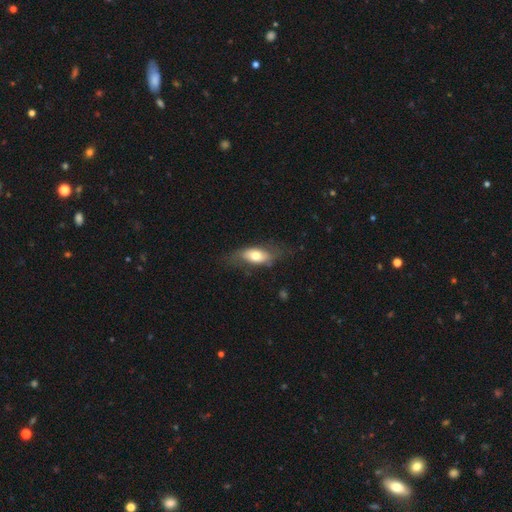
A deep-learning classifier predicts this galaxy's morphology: A smooth galaxy with no disk features (65%) that is in between round and cigar-shaped (81%). Merging: none (61%).